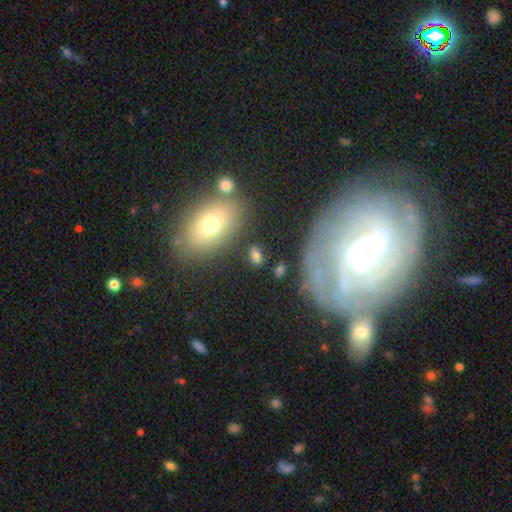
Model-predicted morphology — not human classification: This appears to be a smooth galaxy with no disk features (72%) that is in between round and cigar-shaped (80%). Merging: none (76%).